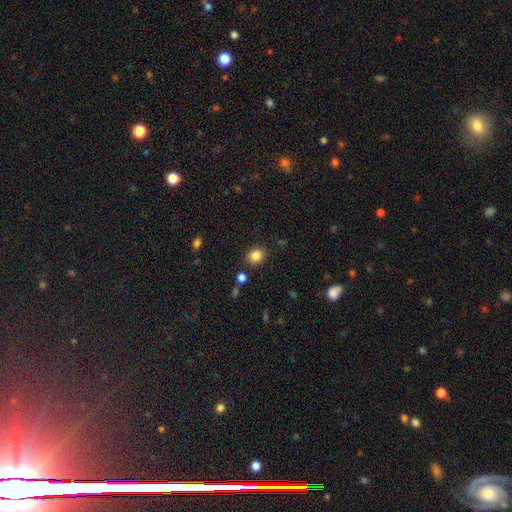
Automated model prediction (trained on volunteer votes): The model was most divided on "how rounded": round: 66%, in between: 33%, cigar-shaped: 1%. More confident: smooth or featured — smooth (85%); merging — none (85%).